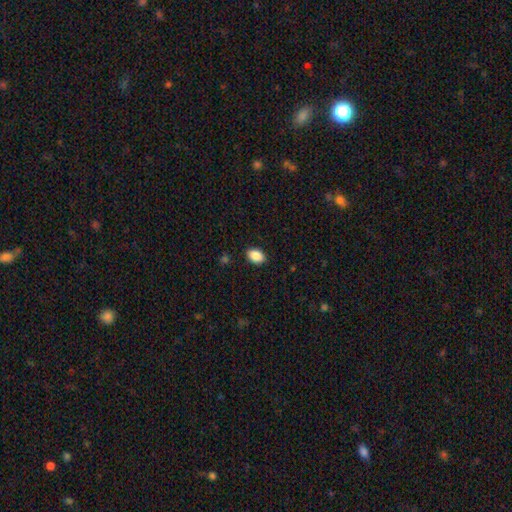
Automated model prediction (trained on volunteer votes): This appears to be a smooth galaxy with no disk features (88%) that is in between round and cigar-shaped (84%). Merging: none (89%).